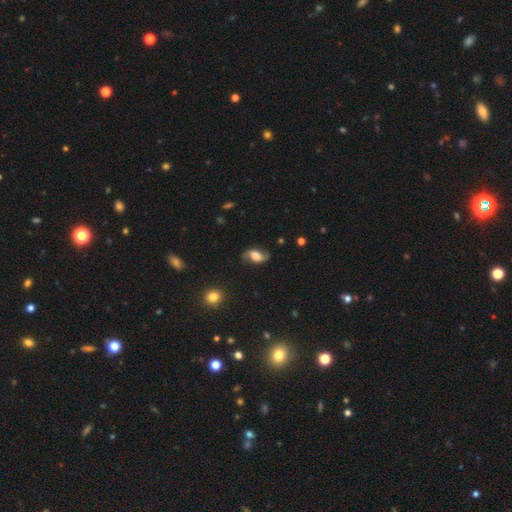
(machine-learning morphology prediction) smooth-or-featured: featured or disk: 68% | smooth: 24% | star or artifact: 8%
  disk-edge-on: no: 95% | yes: 5%
    bar: no: 45% | weak: 40% | strong: 15%
    has-spiral-arms: yes: 93% | no: 7%
      spiral-winding: loose: 62% | medium: 29% | tight: 8%
      spiral-arm-count: 2: 92% | can't tell: 3% | 1: 2% | 3: 1% | 4: 1% | more than 4: 1%
    bulge-size: large: 42% | moderate: 29% | small: 11% | none: 9% | dominant: 8%
  merging: none: 76% | minor disturbance: 16% | major disturbance: 6% | merger: 2%